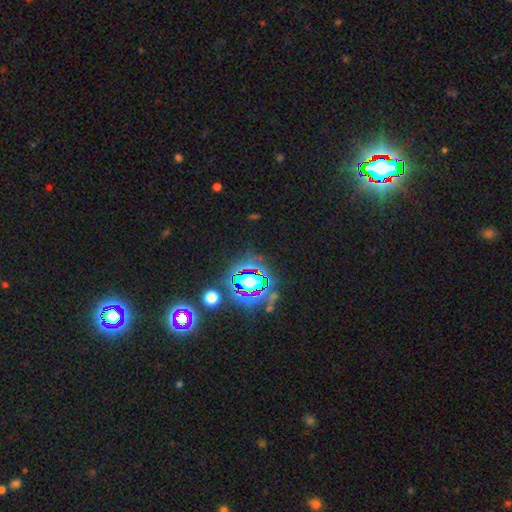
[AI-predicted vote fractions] The model was most divided on "smooth or featured": star or artifact: 80%, smooth: 12%, featured or disk: 8%.